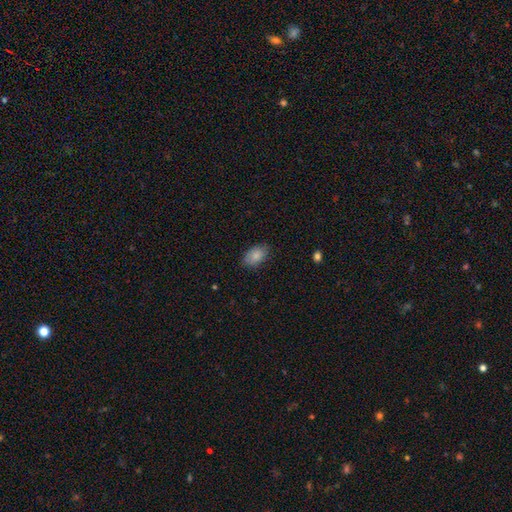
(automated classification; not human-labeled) Smooth or featured: smooth — 85% (featured or disk — 8%)
How rounded: in between — 91% (round — 8%)
Merging: none — 81% (minor disturbance — 15%)